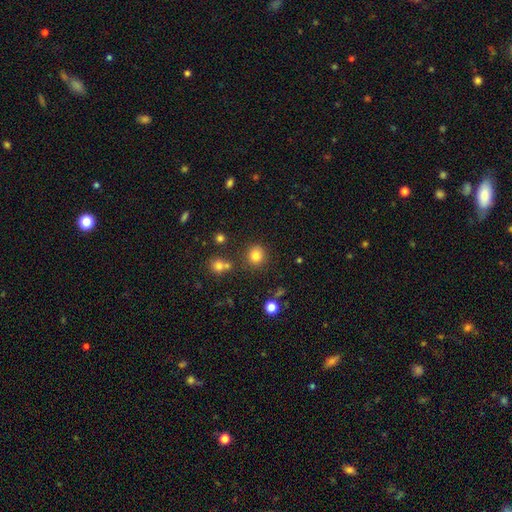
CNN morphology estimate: smooth 81%, star or artifact 13%, featured or disk 6%. Down the decision tree: how rounded — round (88%); merging — none (84%).